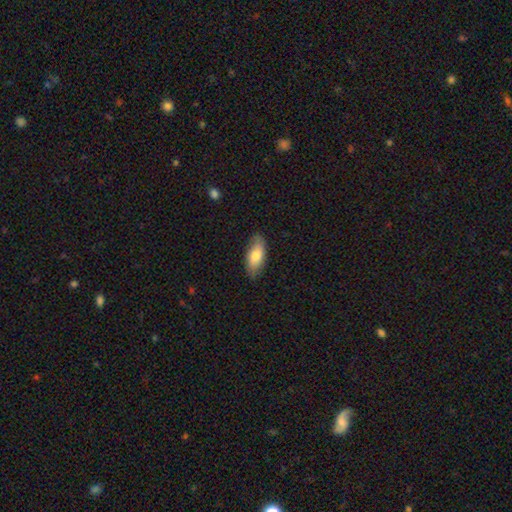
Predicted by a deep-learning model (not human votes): smooth-or-featured: smooth: 76% | featured or disk: 18% | star or artifact: 6%
  how-rounded: in between: 87% | cigar-shaped: 11% | round: 2%
  merging: none: 83% | minor disturbance: 14% | major disturbance: 2% | merger: 1%